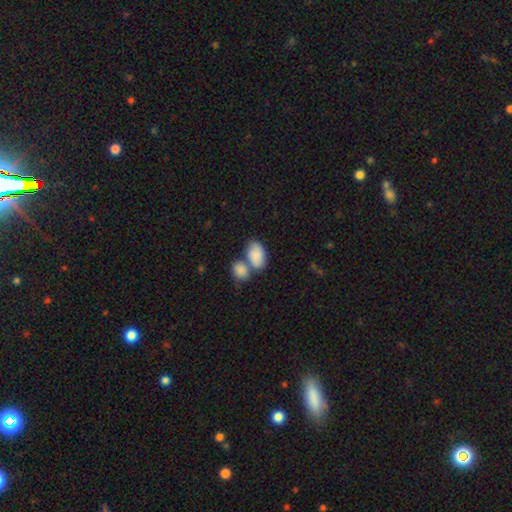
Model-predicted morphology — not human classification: Q: Smooth or featured?
A: smooth (86%); runner-up: featured or disk (8%)
Q: How rounded?
A: in between (91%); runner-up: round (8%)
Q: Merging?
A: merger (50%); runner-up: none (34%)